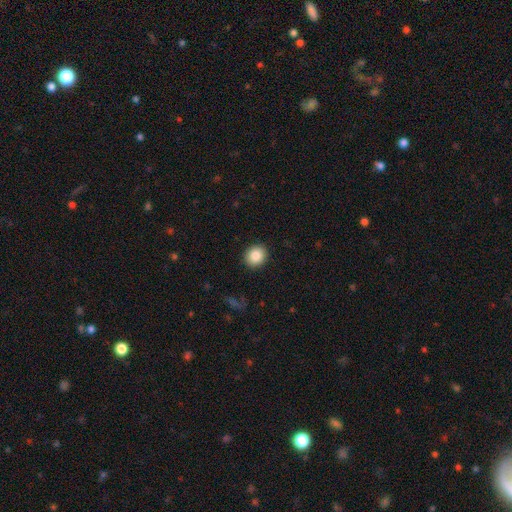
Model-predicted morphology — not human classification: Overall: smooth (86%). How rounded: round (75%). Merging: none (91%).